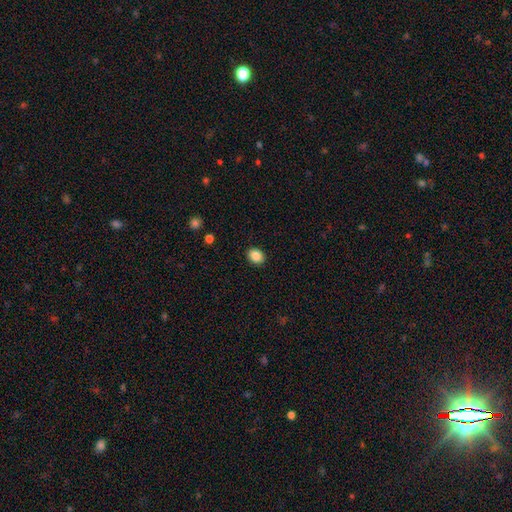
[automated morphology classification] Overall: smooth (87%). How rounded: in between (54%; round 45%). Merging: none (90%).